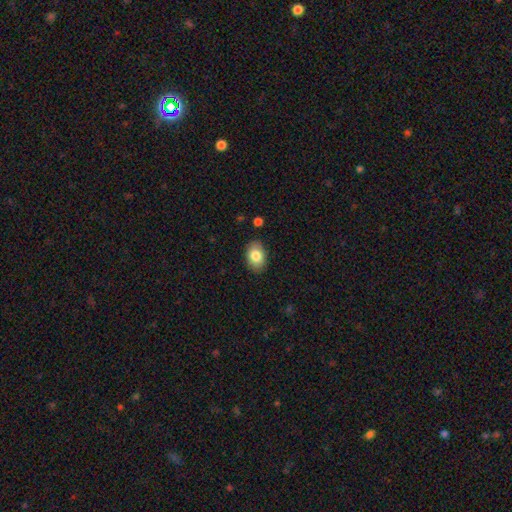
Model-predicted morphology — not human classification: Smooth or featured? Predicted: smooth (p=0.83). How rounded? Predicted: in between (p=0.85). Merging? Predicted: none (p=0.86).